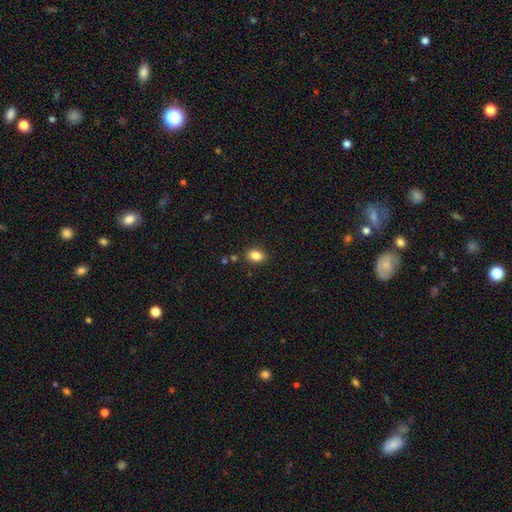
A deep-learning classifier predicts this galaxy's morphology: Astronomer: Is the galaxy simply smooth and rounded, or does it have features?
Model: smooth — 85%.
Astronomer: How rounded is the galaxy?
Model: in between — 80%.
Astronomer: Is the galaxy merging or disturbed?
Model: none — 86%.